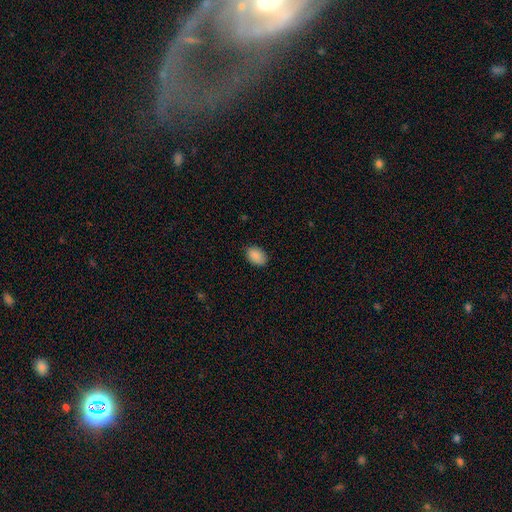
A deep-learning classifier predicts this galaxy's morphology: smooth 89%, star or artifact 8%, featured or disk 3%. Down the decision tree: how rounded — in between (85%); merging — none (86%).